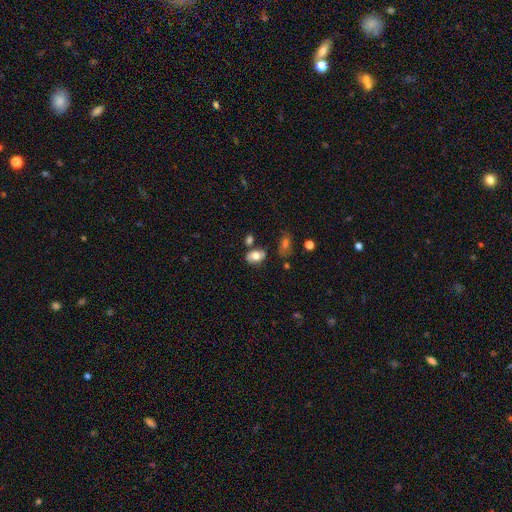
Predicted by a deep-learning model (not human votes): Smooth or featured? smooth (69%)
How rounded? in between (82%)
Merging? none (58%)